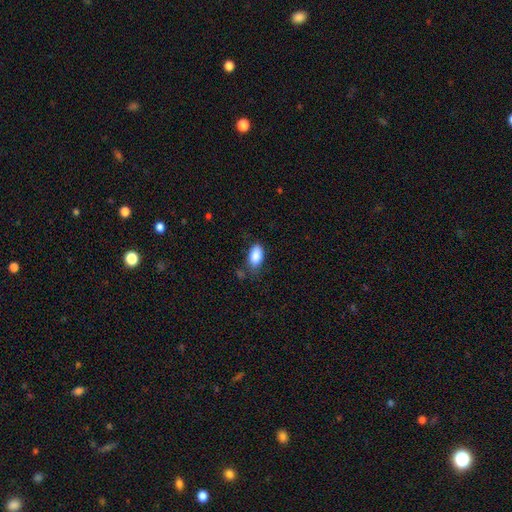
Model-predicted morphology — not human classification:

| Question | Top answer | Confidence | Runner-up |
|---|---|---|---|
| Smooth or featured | smooth | 88% | star or artifact (7%) |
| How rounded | in between | 93% | round (4%) |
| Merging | none | 68% | minor disturbance (24%) |